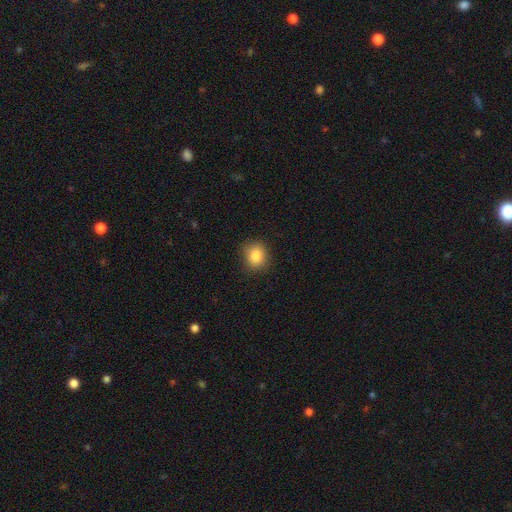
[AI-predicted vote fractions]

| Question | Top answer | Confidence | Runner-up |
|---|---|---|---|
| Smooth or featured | smooth | 85% | star or artifact (10%) |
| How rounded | round | 74% | in between (25%) |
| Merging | none | 86% | minor disturbance (11%) |